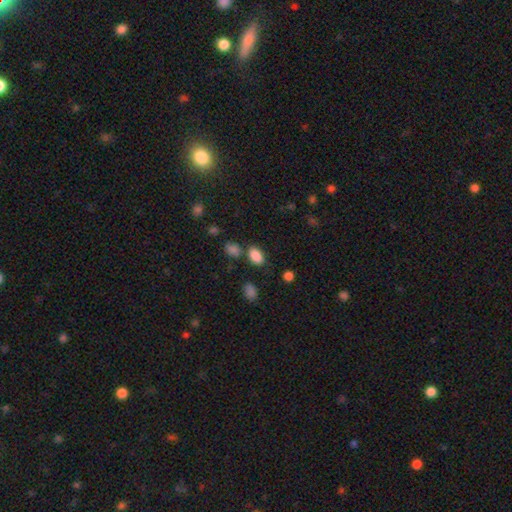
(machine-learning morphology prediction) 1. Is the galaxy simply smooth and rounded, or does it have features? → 85% smooth, 10% star or artifact, 4% featured or disk.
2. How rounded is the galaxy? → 89% in between, 10% round, 2% cigar-shaped.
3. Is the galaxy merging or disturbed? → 72% none, 13% minor disturbance, 11% merger, 4% major disturbance.